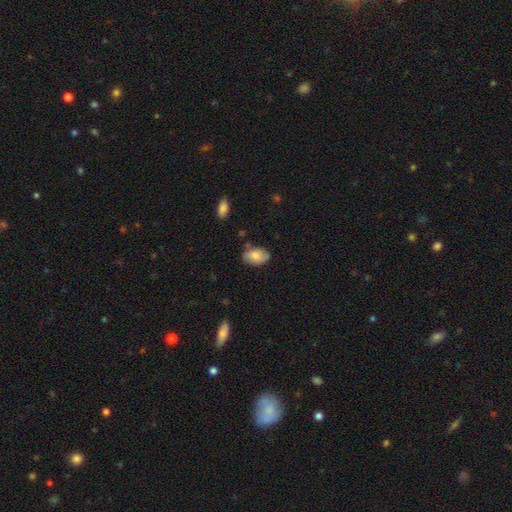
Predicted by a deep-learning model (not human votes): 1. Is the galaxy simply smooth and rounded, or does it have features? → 75% smooth, 18% featured or disk, 7% star or artifact.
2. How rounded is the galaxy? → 89% in between, 9% round, 1% cigar-shaped.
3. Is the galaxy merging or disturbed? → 67% none, 24% minor disturbance, 4% major disturbance, 4% merger.